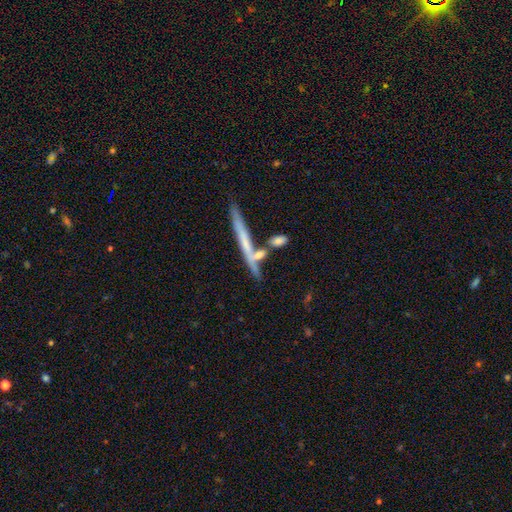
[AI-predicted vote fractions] smooth_or_featured: smooth (p=0.49) [alt: featured or disk p=0.43]
merging: none (p=0.50) [alt: merger p=0.29]